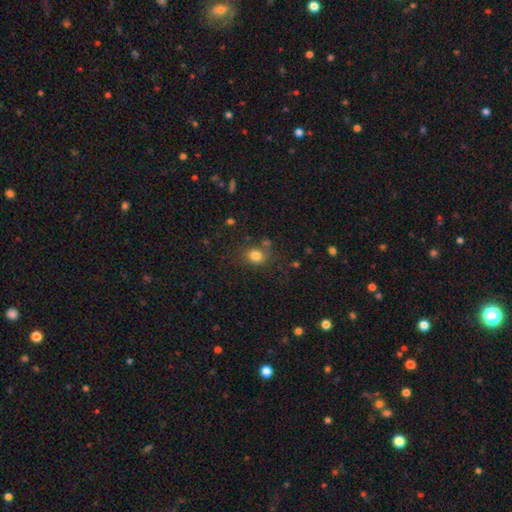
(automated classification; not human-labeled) Smooth or featured: smooth — 80% (star or artifact — 13%)
How rounded: round — 69% (in between — 30%)
Merging: none — 72% (minor disturbance — 14%)